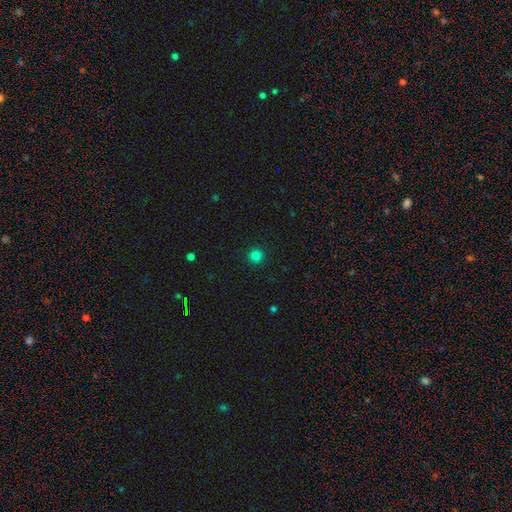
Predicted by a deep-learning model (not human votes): This appears to be a smooth galaxy with no disk features (82%) that is round (96%). Merging: none (92%).